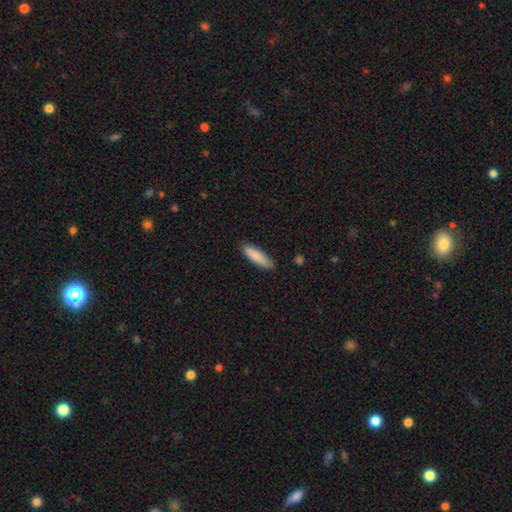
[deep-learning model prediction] Smooth or featured: smooth — 83% (featured or disk — 11%)
How rounded: cigar-shaped — 62% (in between — 36%)
Merging: none — 85% (minor disturbance — 12%)